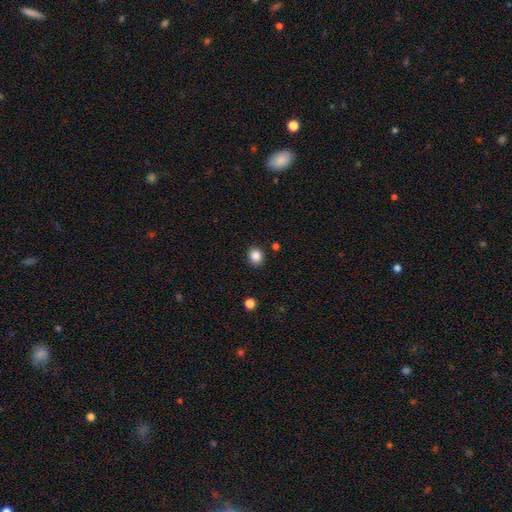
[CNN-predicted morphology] The model was most divided on "how rounded": round: 73%, in between: 26%, cigar-shaped: 1%. More confident: merging — none (88%); smooth or featured — smooth (86%).